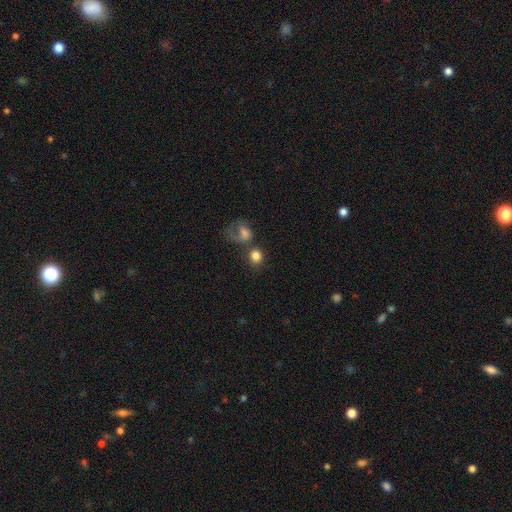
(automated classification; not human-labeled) smooth_or_featured: smooth (p=0.81) [alt: star or artifact p=0.10]
how_rounded: round (p=0.77) [alt: in between p=0.22]
merging: none (p=0.52) [alt: merger p=0.28]